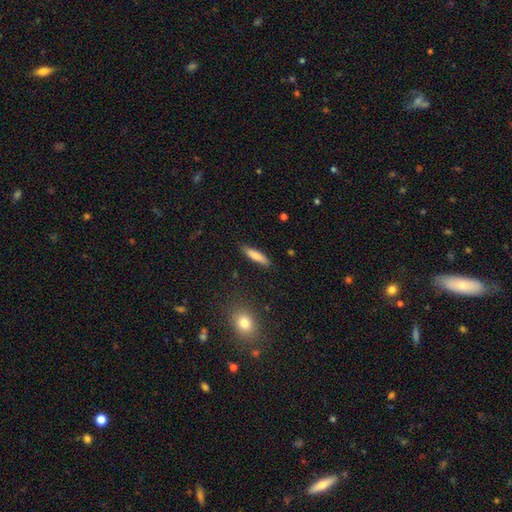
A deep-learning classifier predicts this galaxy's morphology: Q: Smooth or featured?
A: smooth (82%); runner-up: featured or disk (12%)
Q: How rounded?
A: cigar-shaped (77%); runner-up: in between (21%)
Q: Merging?
A: none (86%); runner-up: minor disturbance (10%)